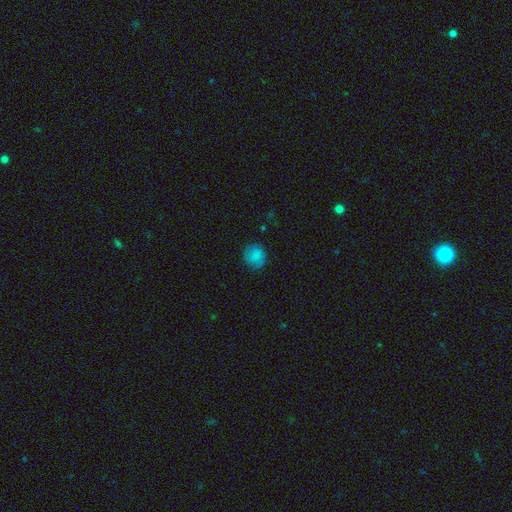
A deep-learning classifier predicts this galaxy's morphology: Smooth or featured?
  - smooth: 82% *
  - star or artifact: 10%
  - featured or disk: 8%
How rounded?
  - round: 84% *
  - in between: 15%
  - cigar-shaped: 1%
Merging?
  - none: 79% *
  - minor disturbance: 15%
  - major disturbance: 4%
  - merger: 1%